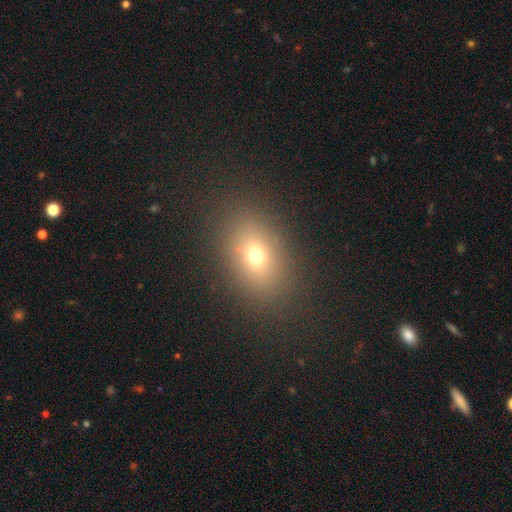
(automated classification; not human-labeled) Q: Smooth or featured?
A: smooth (69%); runner-up: star or artifact (17%)
Q: How rounded?
A: in between (72%); runner-up: round (26%)
Q: Merging?
A: none (85%); runner-up: minor disturbance (9%)